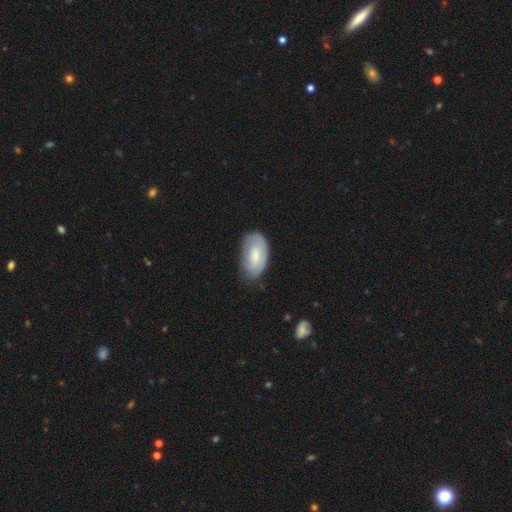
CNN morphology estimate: type=smooth (64%); roundness=in between (94%); merging=none (67%).